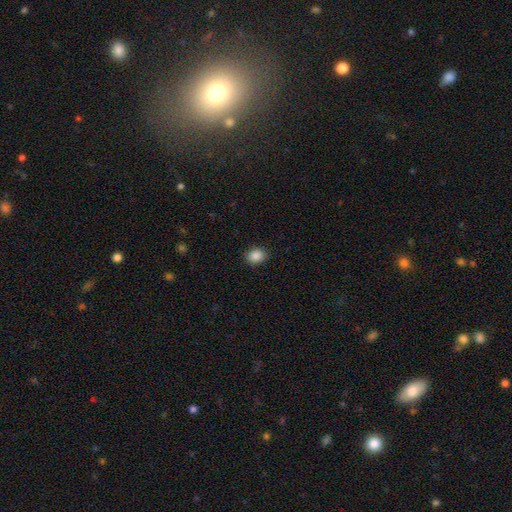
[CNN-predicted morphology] This appears to be a smooth galaxy with no disk features (88%) that is round (53%). Merging: none (89%).